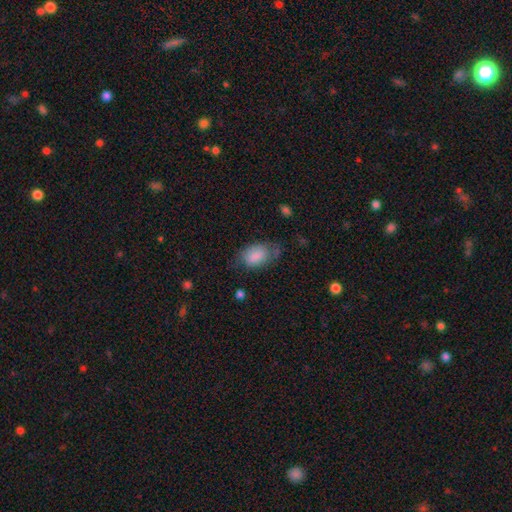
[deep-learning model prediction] Smooth or featured? Predicted: smooth (p=0.78). How rounded? Predicted: in between (p=0.89). Merging? Predicted: none (p=0.50).